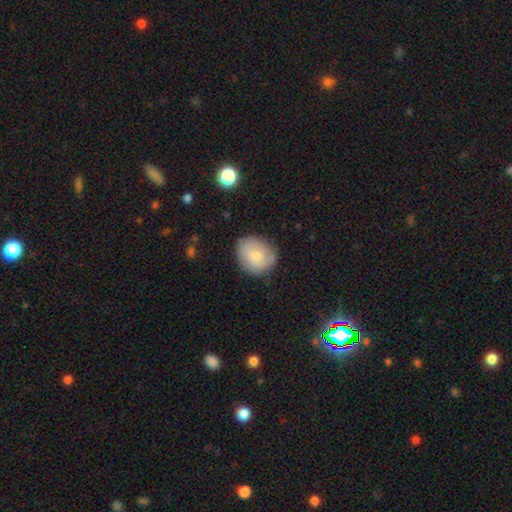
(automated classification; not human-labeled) Smooth or featured: smooth — 53% (featured or disk — 40%)
How rounded: round — 66% (in between — 33%)
Merging: none — 78% (minor disturbance — 17%)